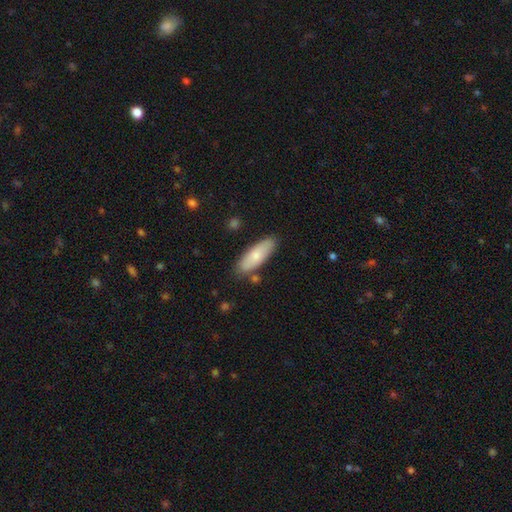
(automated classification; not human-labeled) Overall: smooth (75%). How rounded: in between (60%; cigar-shaped 38%). Merging: none (82%).